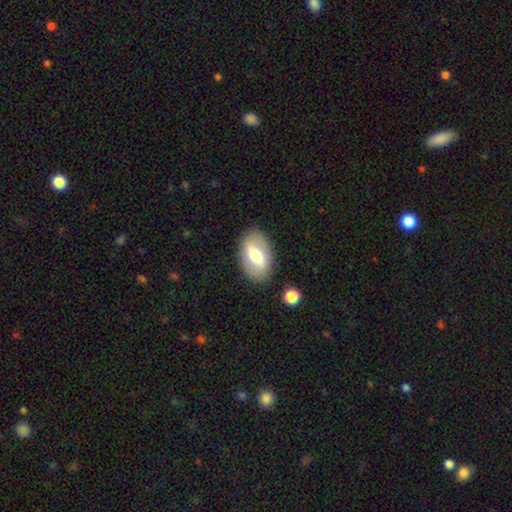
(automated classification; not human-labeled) Smooth or featured? Predicted: smooth (p=0.54). How rounded? Predicted: in between (p=0.88). Merging? Predicted: none (p=0.85).